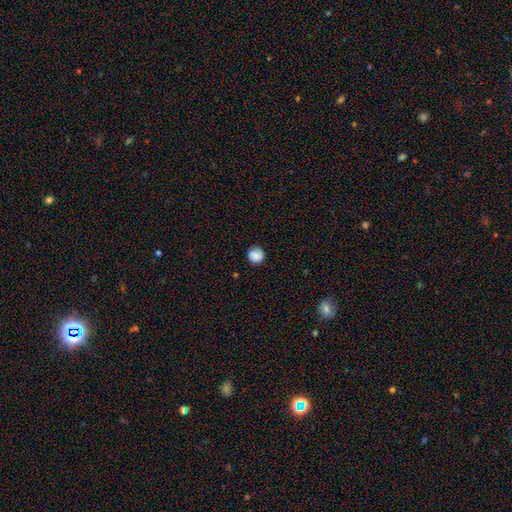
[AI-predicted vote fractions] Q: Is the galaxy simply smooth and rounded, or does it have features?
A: smooth — 81%.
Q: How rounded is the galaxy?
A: round — 89%.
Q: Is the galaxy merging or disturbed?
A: none — 81%.